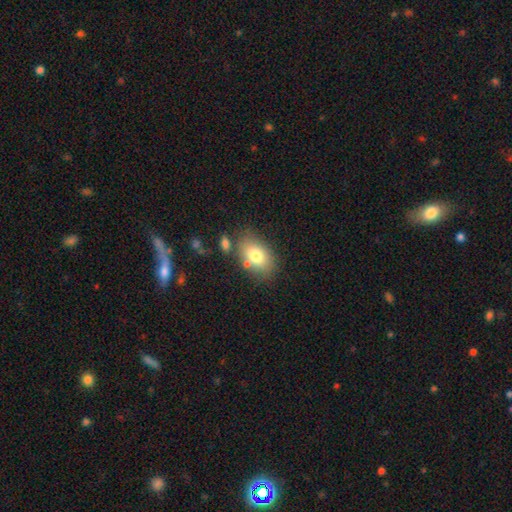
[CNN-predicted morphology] Q: Smooth or featured?
A: smooth (76%); runner-up: featured or disk (15%)
Q: How rounded?
A: in between (86%); runner-up: round (13%)
Q: Merging?
A: none (70%); runner-up: minor disturbance (15%)